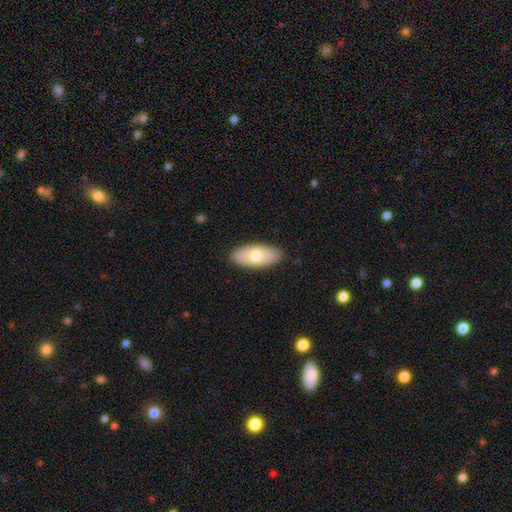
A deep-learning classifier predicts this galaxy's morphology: Smooth or featured? smooth (69%)
How rounded? in between (89%)
Merging? none (87%)